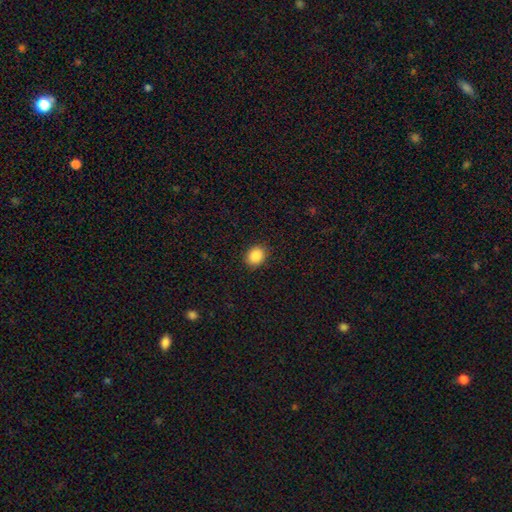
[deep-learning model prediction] smooth_or_featured: smooth (p=0.88) [alt: star or artifact p=0.09]
how_rounded: round (p=0.52) [alt: in between p=0.47]
merging: none (p=0.89) [alt: minor disturbance p=0.08]